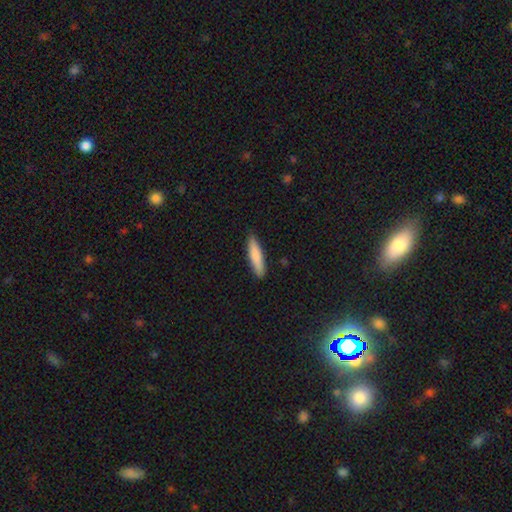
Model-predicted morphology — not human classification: smooth 83%, featured or disk 12%, star or artifact 5%. Down the decision tree: how rounded — cigar-shaped (80%); merging — none (87%).